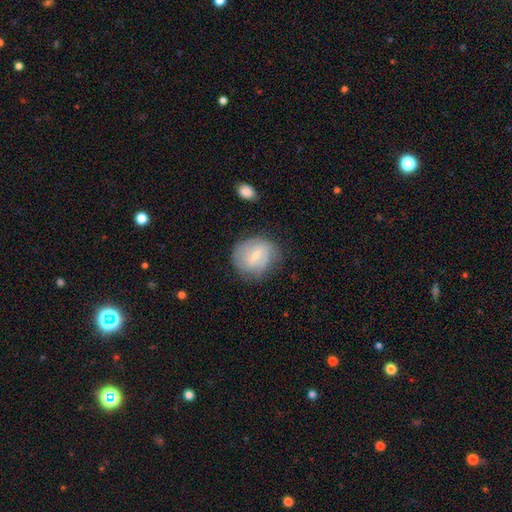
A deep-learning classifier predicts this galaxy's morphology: This appears to be a featured or disk galaxy (48%). Merging: none (70%).